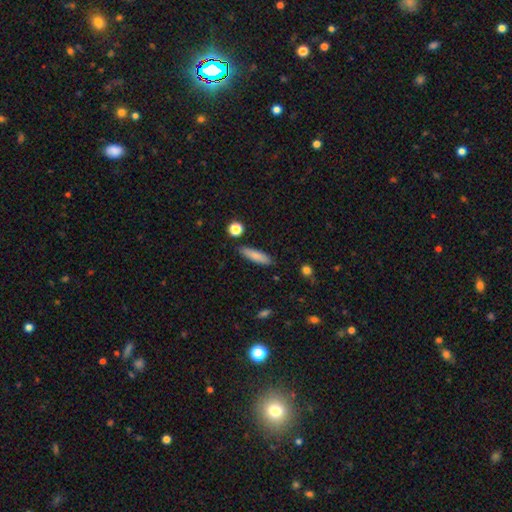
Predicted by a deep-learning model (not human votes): Overall: smooth (81%). How rounded: cigar-shaped (67%; in between 31%). Merging: none (86%).